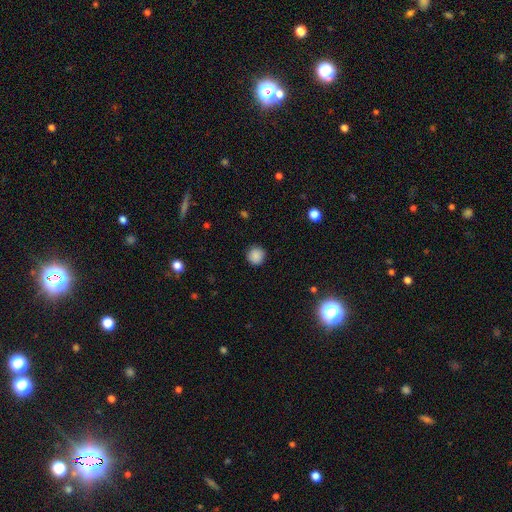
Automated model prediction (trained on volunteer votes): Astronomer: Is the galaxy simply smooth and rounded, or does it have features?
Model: smooth — 87%.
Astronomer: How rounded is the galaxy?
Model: round — 93%.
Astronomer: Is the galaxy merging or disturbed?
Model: none — 90%.